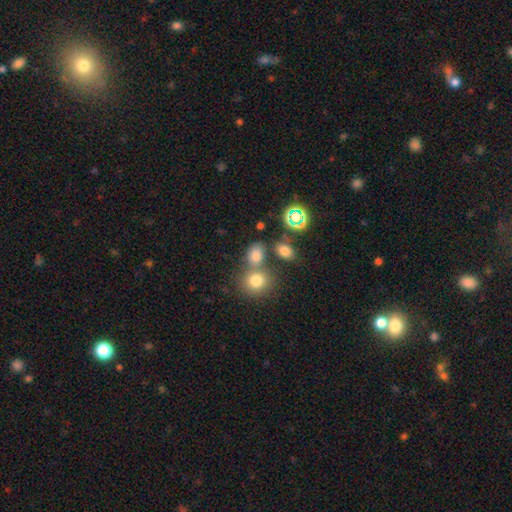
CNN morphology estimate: This is likely a smooth galaxy (72%). How rounded: possibly in between (53%). Merging: possibly none (51%).